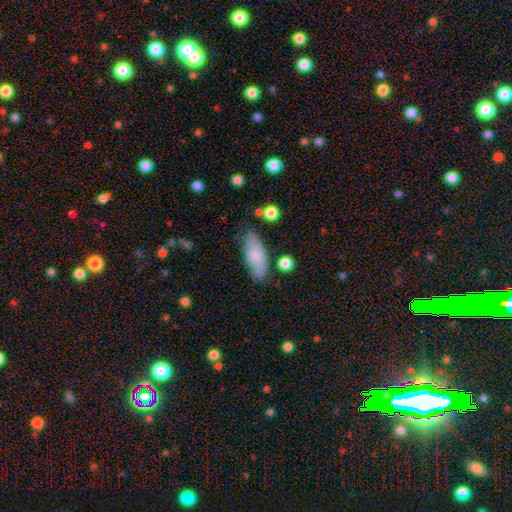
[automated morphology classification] A smooth galaxy with no disk features (76%) that is in between round and cigar-shaped (77%).

Vote fractions:
- Smooth or featured? smooth: 76% / featured or disk: 18% / star or artifact: 6%
- How rounded? in between: 77% / cigar-shaped: 21% / round: 2%
- Merging? none: 74% / minor disturbance: 18% / major disturbance: 4% / merger: 3%